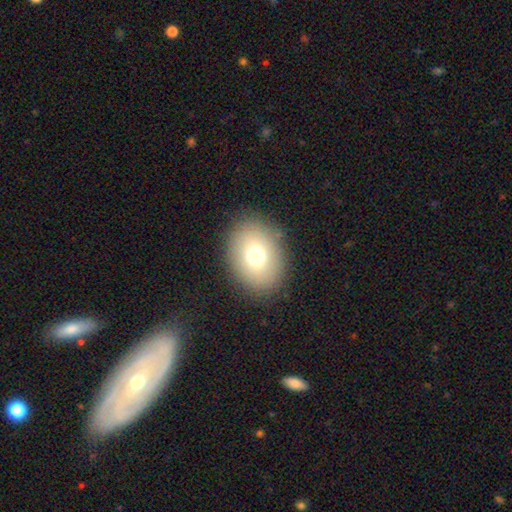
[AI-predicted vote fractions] Smooth or featured: smooth — 72% (featured or disk — 15%)
How rounded: in between — 61% (round — 38%)
Merging: none — 86% (minor disturbance — 9%)